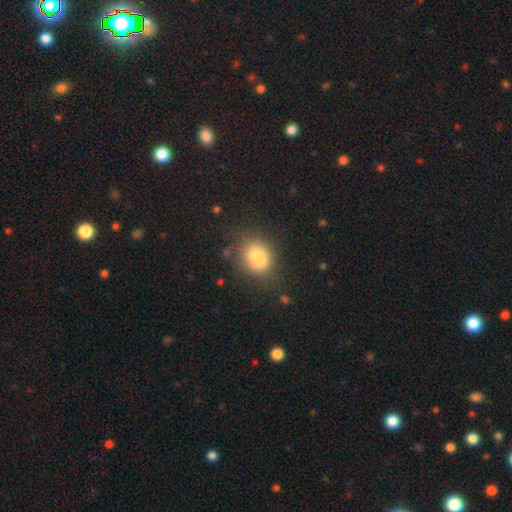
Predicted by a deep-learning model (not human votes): Smooth or featured?
  - smooth: 77% *
  - featured or disk: 12%
  - star or artifact: 11%
How rounded?
  - in between: 65% *
  - round: 33%
  - cigar-shaped: 2%
Merging?
  - none: 67% *
  - minor disturbance: 18%
  - merger: 8%
  - major disturbance: 7%